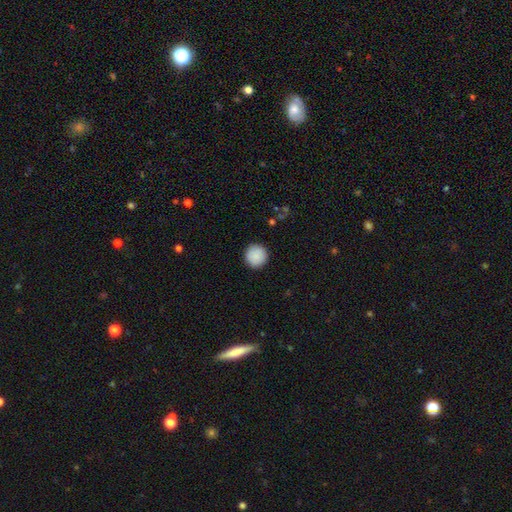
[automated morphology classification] Smooth or featured: smooth — 89% (star or artifact — 7%)
How rounded: round — 96% (in between — 3%)
Merging: none — 92% (minor disturbance — 5%)